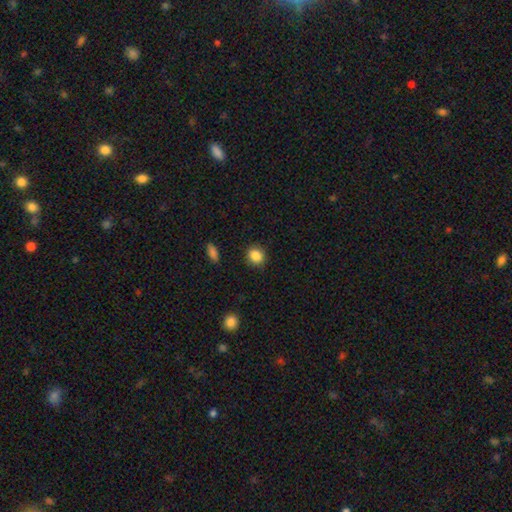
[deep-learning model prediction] Smooth or featured?
  - smooth: 86% *
  - star or artifact: 9%
  - featured or disk: 4%
How rounded?
  - round: 81% *
  - in between: 18%
  - cigar-shaped: 1%
Merging?
  - none: 88% *
  - minor disturbance: 8%
  - major disturbance: 2%
  - merger: 1%